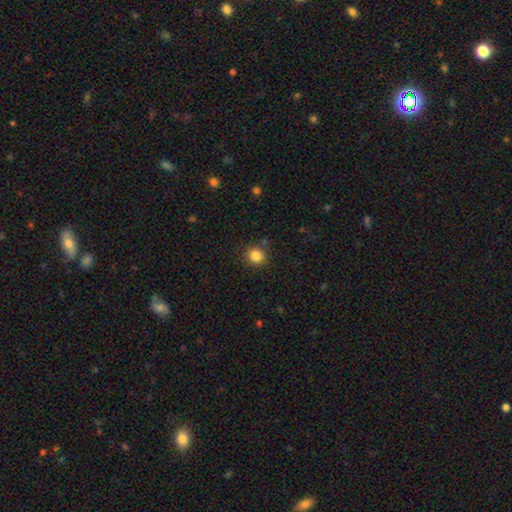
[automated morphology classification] Q: Smooth or featured?
A: smooth (85%); runner-up: star or artifact (11%)
Q: How rounded?
A: round (91%); runner-up: in between (8%)
Q: Merging?
A: none (88%); runner-up: minor disturbance (8%)